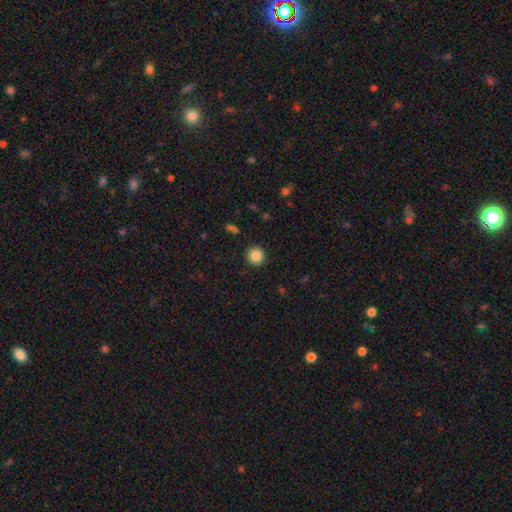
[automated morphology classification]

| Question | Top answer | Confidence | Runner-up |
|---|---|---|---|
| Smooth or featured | smooth | 86% | star or artifact (9%) |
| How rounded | round | 93% | in between (6%) |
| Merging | none | 92% | minor disturbance (5%) |